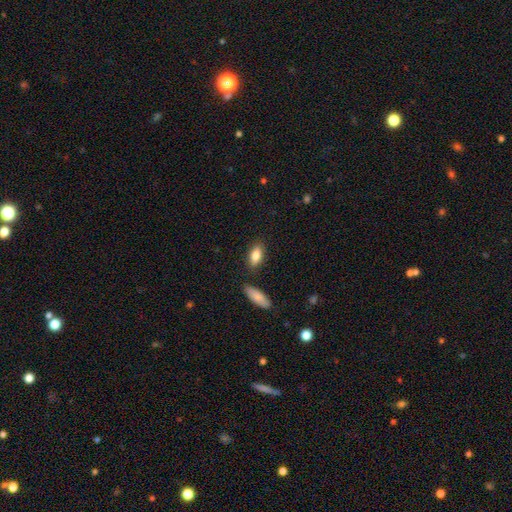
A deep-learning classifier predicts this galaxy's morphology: The model was most divided on "merging": none: 81%, minor disturbance: 11%, merger: 6%, major disturbance: 3%. More confident: how rounded — in between (85%); smooth or featured — smooth (82%).